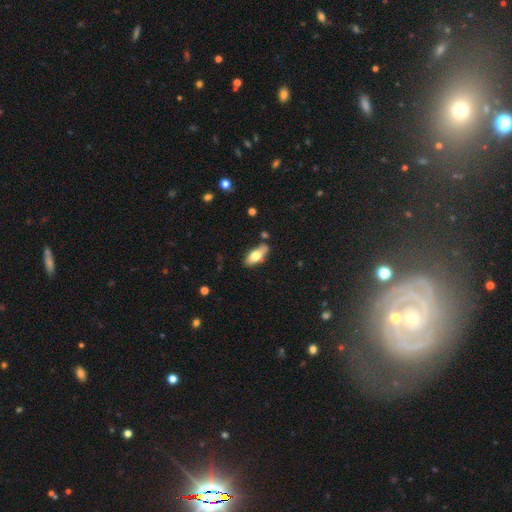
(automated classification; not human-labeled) The model was most divided on "smooth or featured": smooth: 69%, featured or disk: 24%, star or artifact: 6%. More confident: how rounded — in between (81%); merging — none (70%).